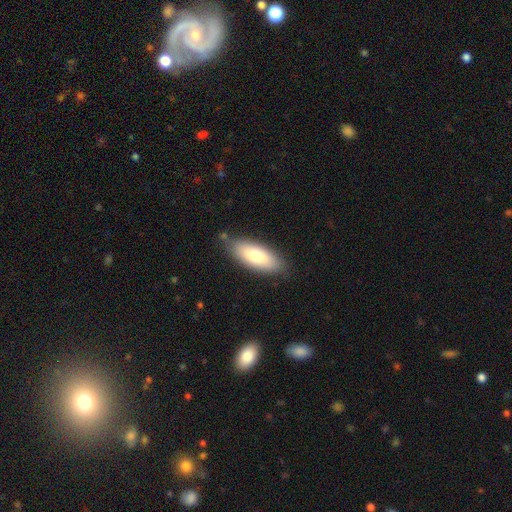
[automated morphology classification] smooth-or-featured: smooth: 76% | featured or disk: 17% | star or artifact: 6%
  how-rounded: in between: 78% | cigar-shaped: 20% | round: 2%
  merging: none: 80% | minor disturbance: 14% | major disturbance: 3% | merger: 3%